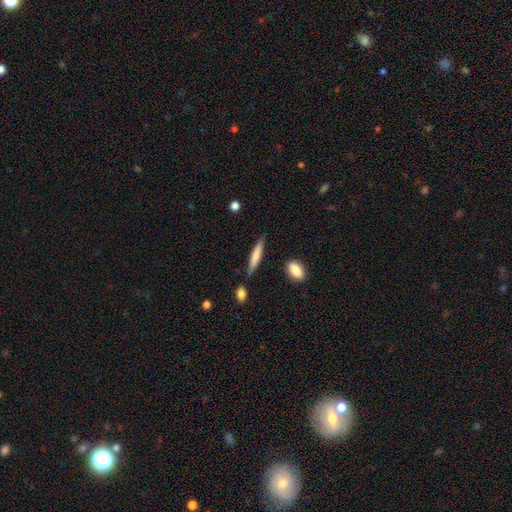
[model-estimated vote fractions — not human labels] This is likely a smooth galaxy (65%). How rounded: clearly cigar-shaped (89%). Merging: clearly none (81%).